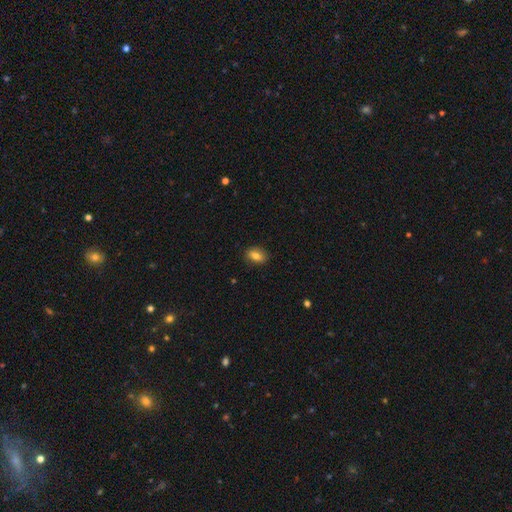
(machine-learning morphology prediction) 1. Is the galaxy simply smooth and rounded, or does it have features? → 80% smooth, 11% featured or disk, 9% star or artifact.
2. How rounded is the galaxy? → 83% in between, 14% round, 3% cigar-shaped.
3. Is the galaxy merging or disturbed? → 85% none, 11% minor disturbance, 2% major disturbance, 1% merger.